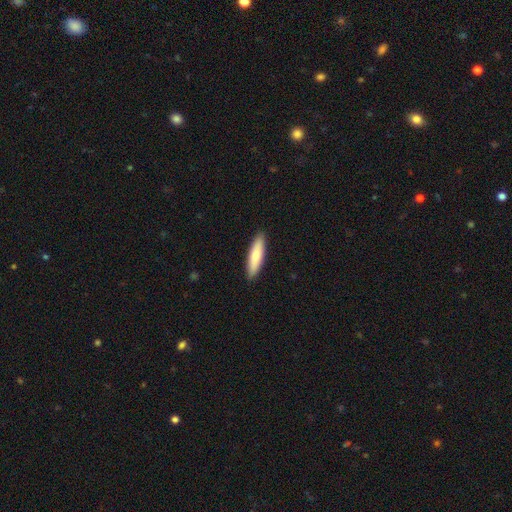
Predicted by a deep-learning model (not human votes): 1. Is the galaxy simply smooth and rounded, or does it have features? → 79% smooth, 16% featured or disk, 5% star or artifact.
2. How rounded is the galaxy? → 70% cigar-shaped, 28% in between, 1% round.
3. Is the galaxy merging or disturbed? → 90% none, 7% minor disturbance, 1% major disturbance, 1% merger.